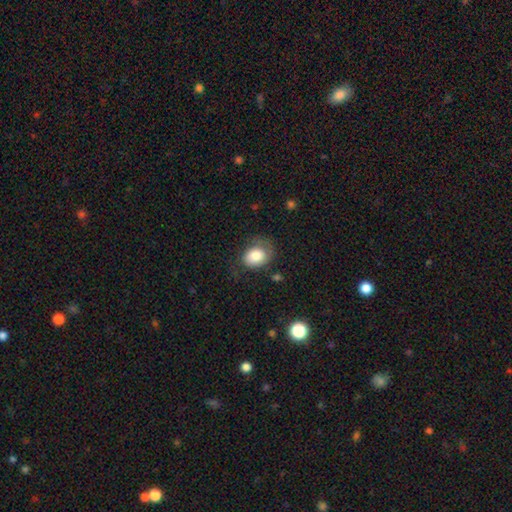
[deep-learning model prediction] A smooth galaxy with no disk features (77%) that is in between round and cigar-shaped (58%).

Vote fractions:
- Smooth or featured? smooth: 77% / featured or disk: 15% / star or artifact: 8%
- How rounded? in between: 58% / round: 41% / cigar-shaped: 1%
- Merging? none: 54% / minor disturbance: 27% / major disturbance: 17% / merger: 2%